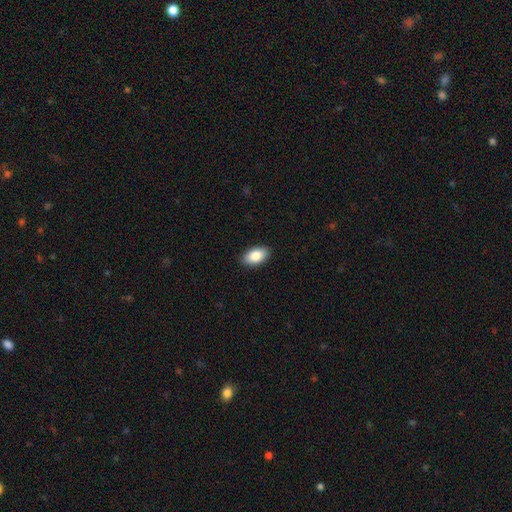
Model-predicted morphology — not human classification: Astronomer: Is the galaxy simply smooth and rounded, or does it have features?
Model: smooth — 84%.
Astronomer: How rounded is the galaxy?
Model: in between — 94%.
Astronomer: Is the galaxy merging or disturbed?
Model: none — 89%.